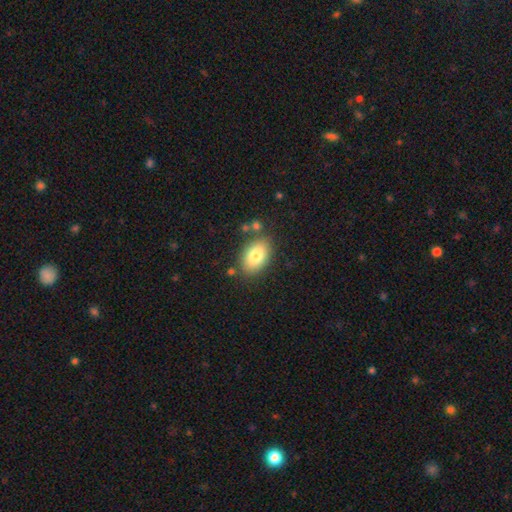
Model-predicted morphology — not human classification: type=smooth (79%); roundness=in between (88%); merging=none (79%).